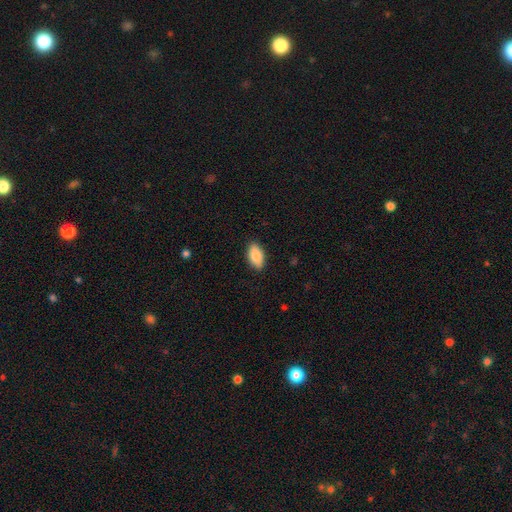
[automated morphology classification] Smooth or featured? Predicted: smooth (p=0.84). How rounded? Predicted: in between (p=0.89). Merging? Predicted: none (p=0.87).